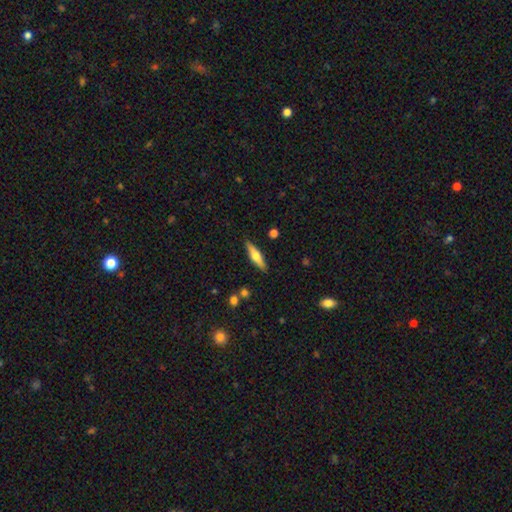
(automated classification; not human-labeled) Smooth or featured: smooth — 48% (featured or disk — 46%)
Merging: none — 88% (minor disturbance — 8%)